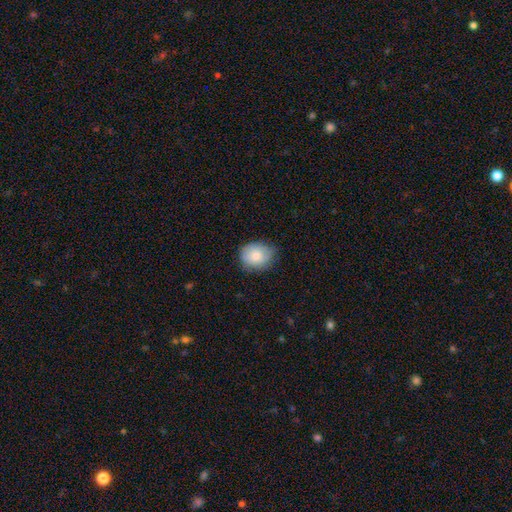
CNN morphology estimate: smooth_or_featured: smooth (p=0.78) [alt: featured or disk p=0.15]
how_rounded: round (p=0.52) [alt: in between p=0.47]
merging: none (p=0.71) [alt: minor disturbance p=0.24]